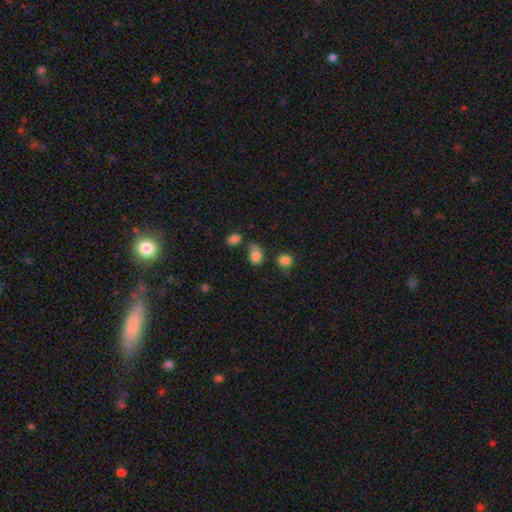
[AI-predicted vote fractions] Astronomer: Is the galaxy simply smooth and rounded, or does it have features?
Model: smooth — 81%.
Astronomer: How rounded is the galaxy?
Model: in between — 70%.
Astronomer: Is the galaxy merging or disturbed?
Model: none — 45% (runner-up: minor disturbance, 28%).